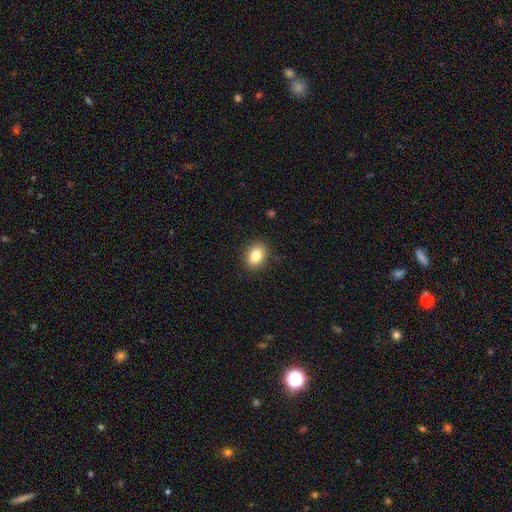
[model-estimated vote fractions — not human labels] Q: Smooth or featured?
A: smooth (83%); runner-up: star or artifact (9%)
Q: How rounded?
A: in between (62%); runner-up: round (37%)
Q: Merging?
A: none (88%); runner-up: minor disturbance (8%)